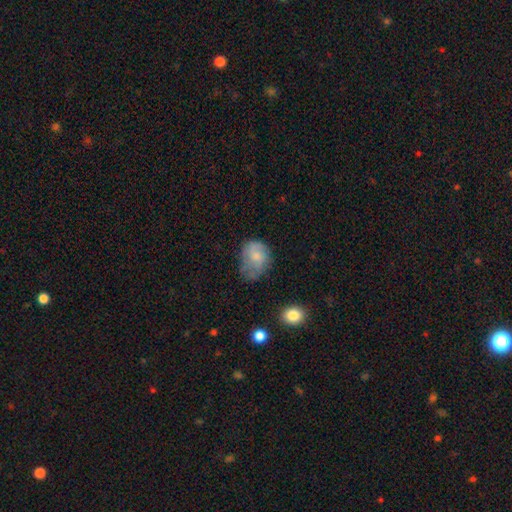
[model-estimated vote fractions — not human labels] This appears to be a smooth galaxy with no disk features (68%) that is in between round and cigar-shaped (59%). Merging: none (40%).